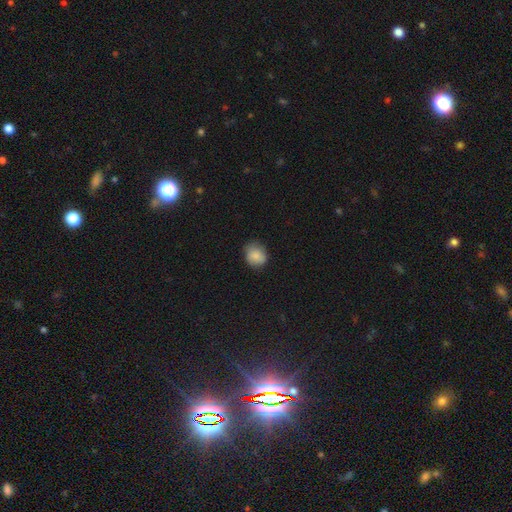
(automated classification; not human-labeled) Overall: smooth (86%). How rounded: round (68%; in between 31%). Merging: none (76%).